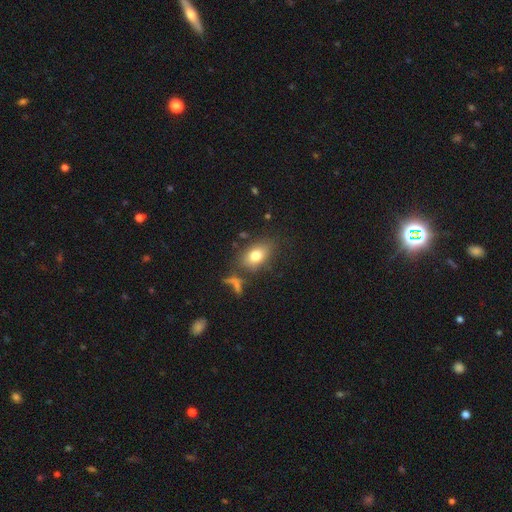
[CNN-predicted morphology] smooth 77%, featured or disk 13%, star or artifact 10%. Down the decision tree: how rounded — in between (80%); merging — none (69%).